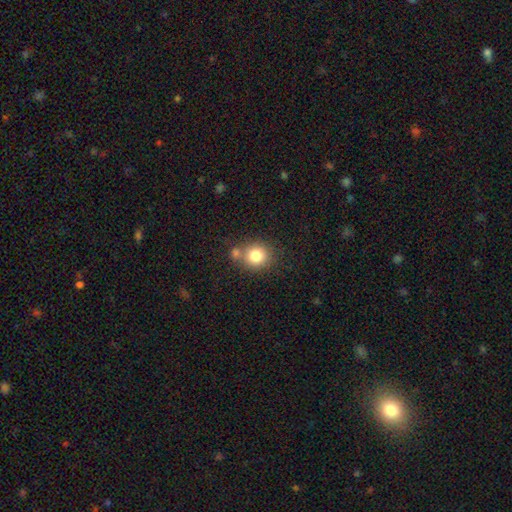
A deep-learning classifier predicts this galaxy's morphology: smooth-or-featured: smooth: 81% | star or artifact: 11% | featured or disk: 9%
  how-rounded: round: 84% | in between: 15% | cigar-shaped: 1%
  merging: none: 61% | merger: 24% | minor disturbance: 11% | major disturbance: 3%